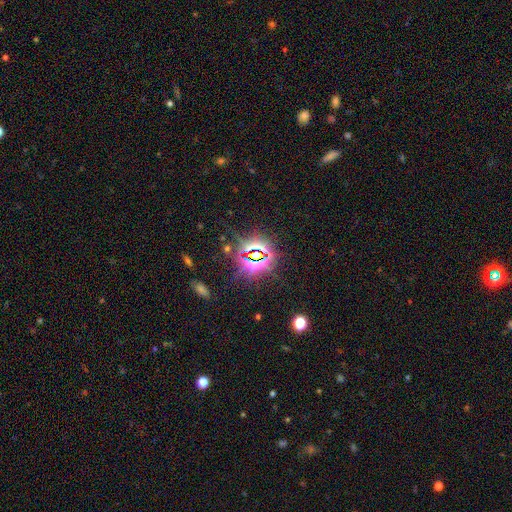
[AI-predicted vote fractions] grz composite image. It shows a star or artifact, not a galaxy (82%).